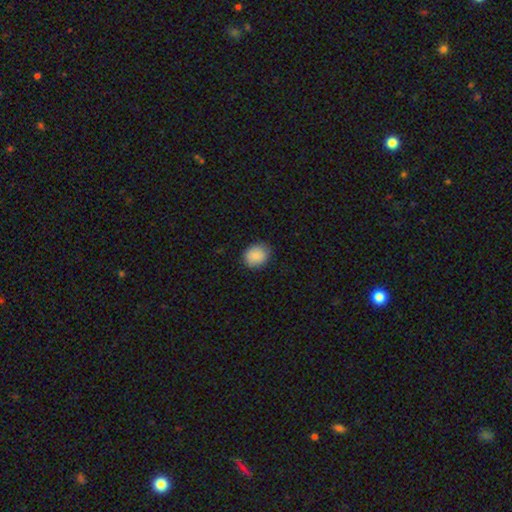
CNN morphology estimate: Smooth or featured? Predicted: smooth (p=0.89). How rounded? Predicted: round (p=0.64). Merging? Predicted: none (p=0.86).